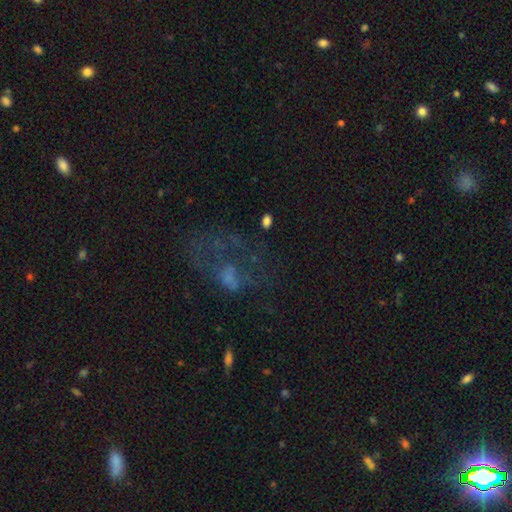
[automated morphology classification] smooth-or-featured: featured or disk: 39% | star or artifact: 32% | smooth: 28%
  merging: major disturbance: 41% | none: 38% | minor disturbance: 16% | merger: 5%